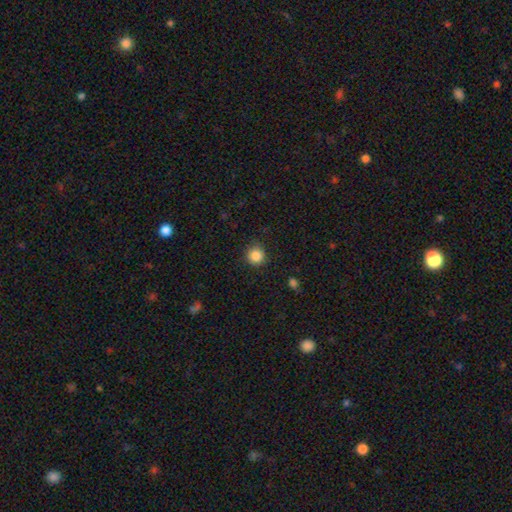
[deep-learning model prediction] Smooth or featured? Predicted: smooth (p=0.86). How rounded? Predicted: round (p=0.93). Merging? Predicted: none (p=0.88).